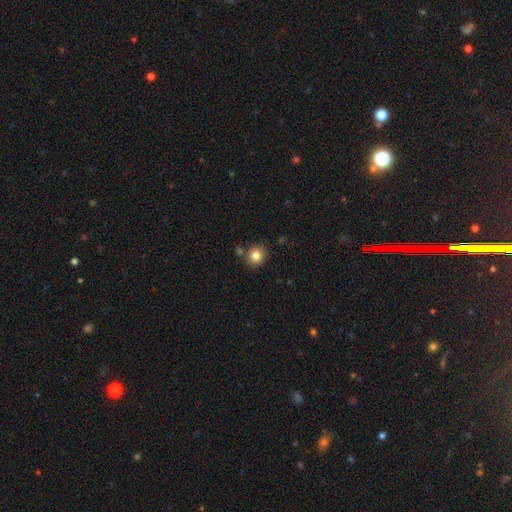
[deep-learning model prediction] Smooth or featured? smooth (83%)
How rounded? round (86%)
Merging? none (80%)